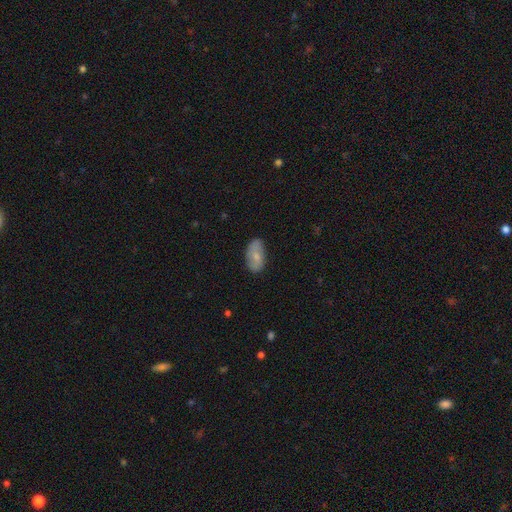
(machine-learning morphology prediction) smooth-or-featured: smooth: 62% | featured or disk: 31% | star or artifact: 7%
  how-rounded: in between: 92% | round: 5% | cigar-shaped: 3%
  merging: none: 76% | minor disturbance: 18% | major disturbance: 4% | merger: 2%